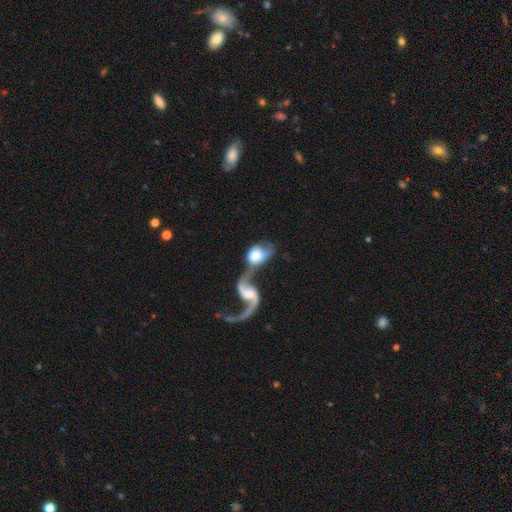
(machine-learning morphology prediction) A featured or disk galaxy (59%) with no bar (56%), spiral arms (77%) and a moderate central bulge (35%).

Vote fractions:
- Smooth or featured? featured or disk: 59% / smooth: 35% / star or artifact: 6%
- Edge-on disk? no: 94% / yes: 6%
- Bar? no: 56% / weak: 32% / strong: 12%
- Spiral arms? yes: 77% / no: 23%
- Bulge size? moderate: 35% / large: 32% / small: 18% / none: 8% / dominant: 7%
- Merging? merger: 77% / none: 10% / major disturbance: 8% / minor disturbance: 5%